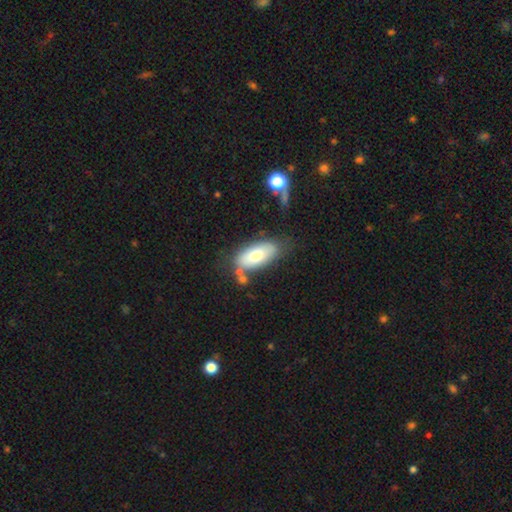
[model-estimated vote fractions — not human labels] Smooth or featured: smooth — 74% (featured or disk — 20%)
How rounded: in between — 88% (cigar-shaped — 9%)
Merging: none — 68% (minor disturbance — 18%)